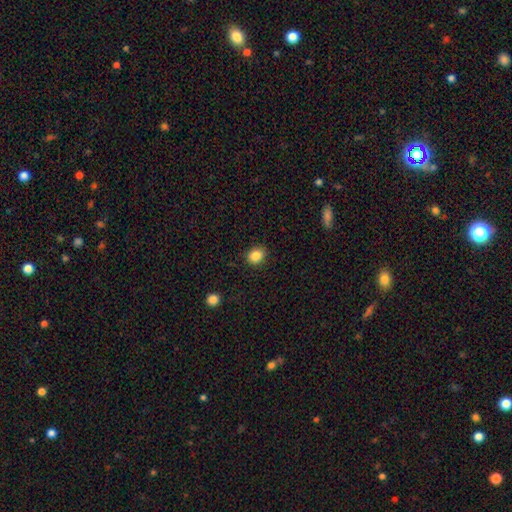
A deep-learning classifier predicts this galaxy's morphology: Smooth or featured? Predicted: smooth (p=0.86). How rounded? Predicted: round (p=0.58). Merging? Predicted: none (p=0.88).